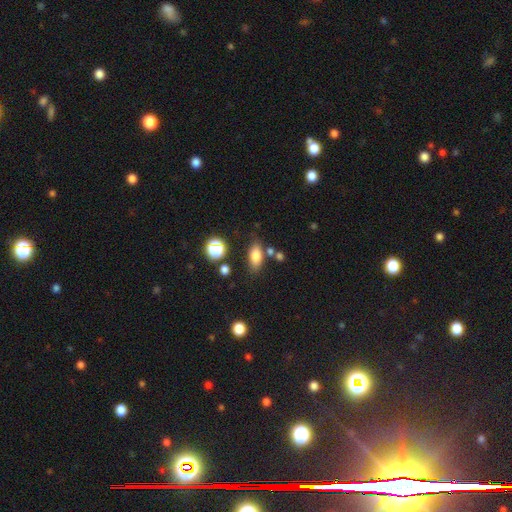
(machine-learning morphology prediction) Smooth or featured? smooth (76%)
How rounded? in between (80%)
Merging? none (73%)